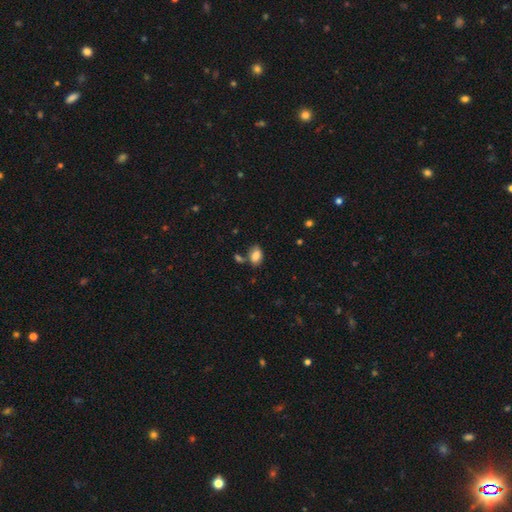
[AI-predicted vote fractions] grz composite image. It shows a smooth galaxy with no disk features (84%) that is in between round and cigar-shaped (86%). Merging: none (68%).